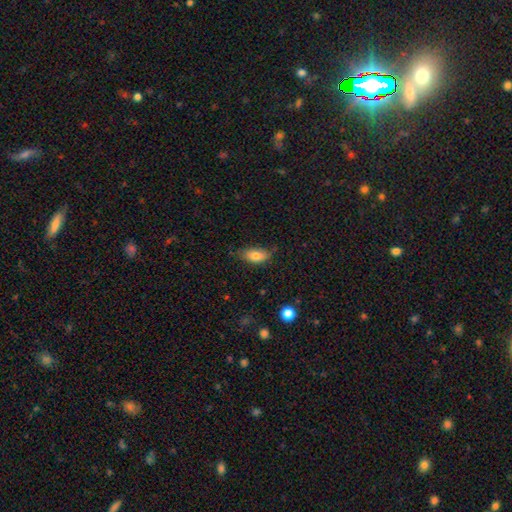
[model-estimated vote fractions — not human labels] A smooth galaxy with no disk features (80%) that is in between round and cigar-shaped (88%). Merging: none (69%).